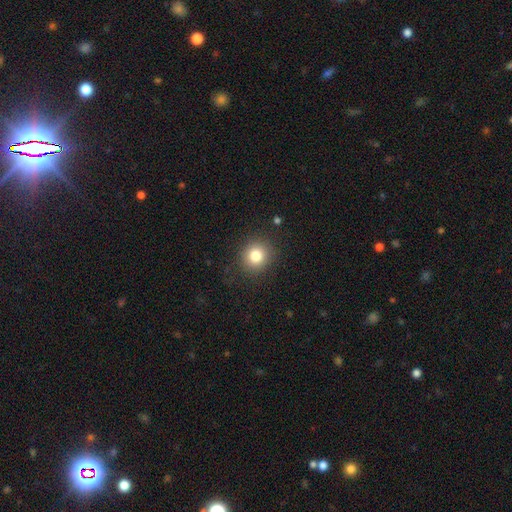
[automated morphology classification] Smooth or featured: smooth — 81% (star or artifact — 12%)
How rounded: round — 86% (in between — 13%)
Merging: none — 88% (minor disturbance — 8%)